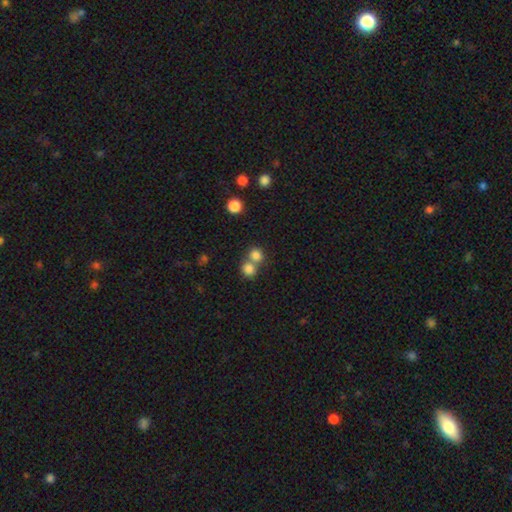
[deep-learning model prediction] Overall: smooth (80%). How rounded: round (82%). Merging: merger (47%; none 45%).